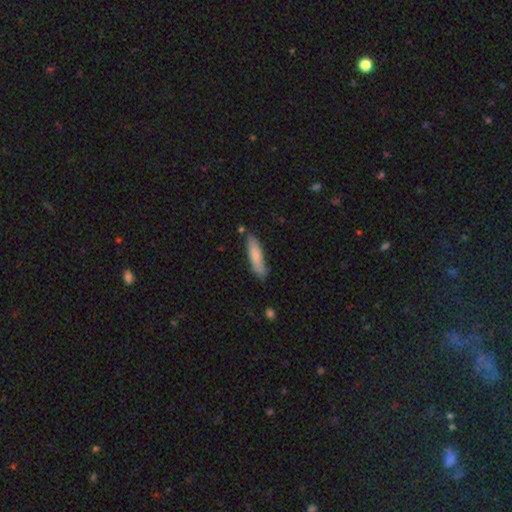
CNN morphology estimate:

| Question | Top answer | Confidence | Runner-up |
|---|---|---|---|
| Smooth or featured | smooth | 80% | featured or disk (15%) |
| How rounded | cigar-shaped | 77% | in between (22%) |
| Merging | none | 75% | minor disturbance (18%) |